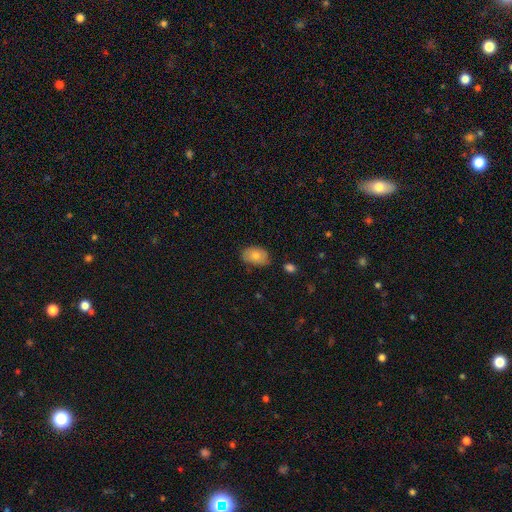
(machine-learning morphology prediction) Smooth or featured: smooth — 78% (featured or disk — 15%)
How rounded: in between — 85% (round — 14%)
Merging: none — 74% (minor disturbance — 20%)